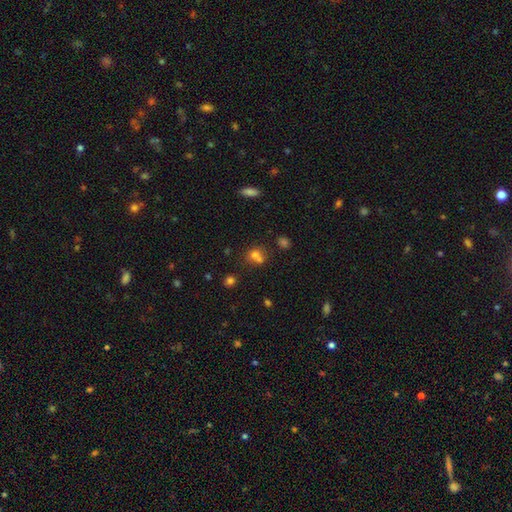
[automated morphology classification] This is likely a smooth galaxy (69%). How rounded: likely round (73%). Merging: possibly merger (48%).